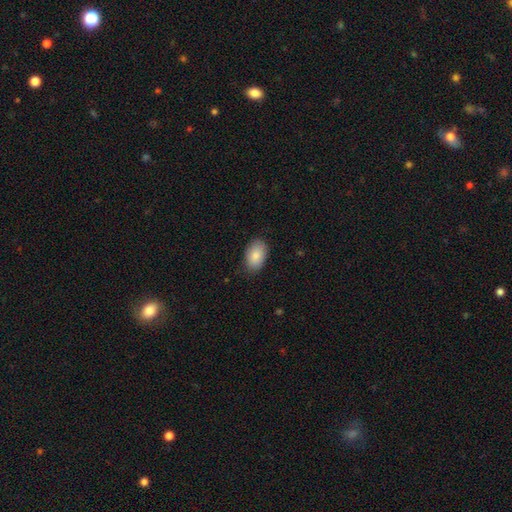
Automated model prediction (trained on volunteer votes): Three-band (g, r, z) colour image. It shows a smooth galaxy with no disk features (86%) that is in between round and cigar-shaped (92%). Merging: none (83%).